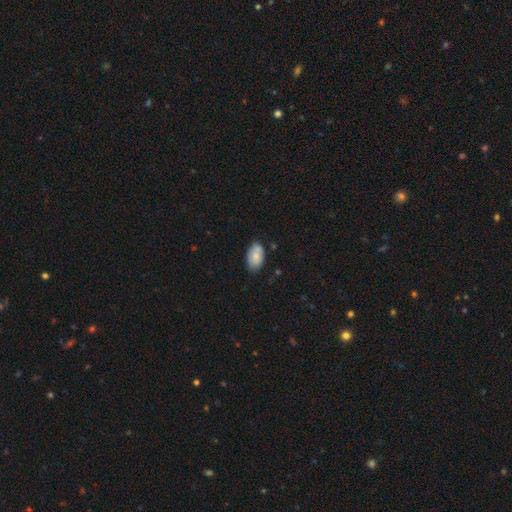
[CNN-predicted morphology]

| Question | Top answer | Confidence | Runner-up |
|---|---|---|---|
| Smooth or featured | smooth | 76% | featured or disk (17%) |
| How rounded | in between | 93% | round (5%) |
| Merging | none | 67% | minor disturbance (25%) |